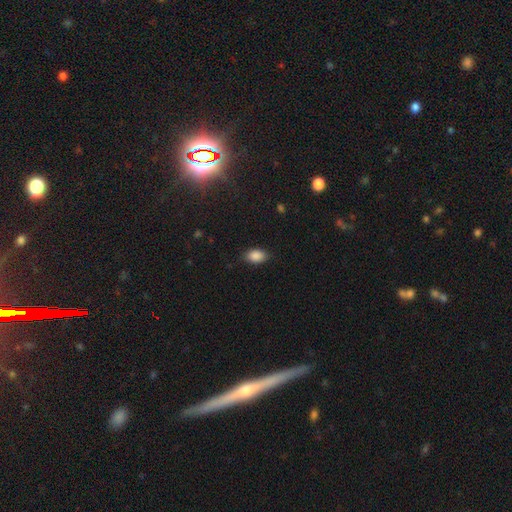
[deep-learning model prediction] A smooth galaxy with no disk features (88%) that is in between round and cigar-shaped (89%). Merging: none (84%).